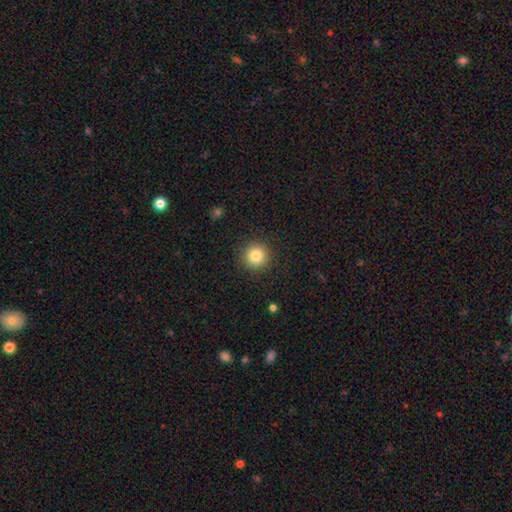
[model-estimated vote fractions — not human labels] smooth 84%, star or artifact 10%, featured or disk 6%. Down the decision tree: how rounded — round (94%); merging — none (91%).